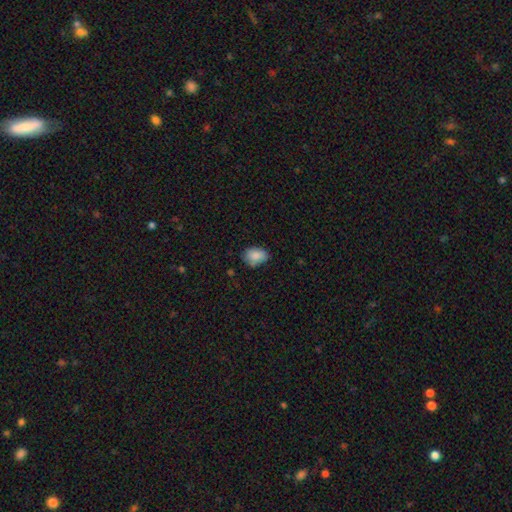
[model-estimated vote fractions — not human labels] Overall: smooth (85%). How rounded: in between (77%). Merging: none (64%; minor disturbance 28%).